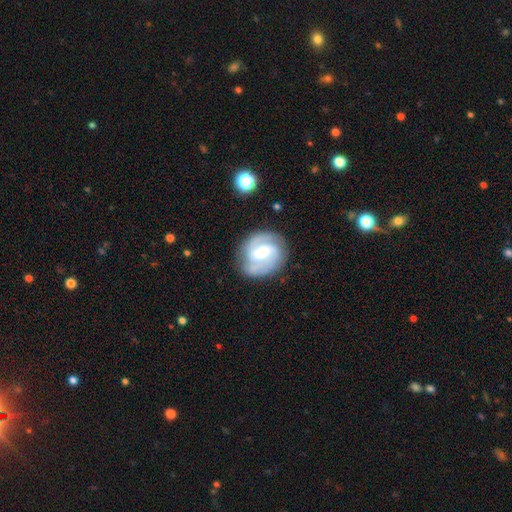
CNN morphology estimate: A featured or disk galaxy (84%) with a weak bar (51%), 2 (69%) medium (47%) spiral arms (96%) and a small central bulge (52%).

Vote fractions:
- Smooth or featured? featured or disk: 84% / smooth: 11% / star or artifact: 5%
- Edge-on disk? no: 98% / yes: 2%
- Bar? weak: 51% / no: 32% / strong: 17%
- Spiral arms? yes: 96% / no: 4%
- Spiral winding? medium: 47% / tight: 42% / loose: 11%
- Spiral arm count? 2: 69% / 3: 15% / can't tell: 9% / 1: 3% / 4: 2% / more than 4: 2%
- Bulge size? small: 52% / moderate: 42% / large: 3% / none: 2% / dominant: 1%
- Merging? none: 80% / minor disturbance: 14% / major disturbance: 5% / merger: 2%